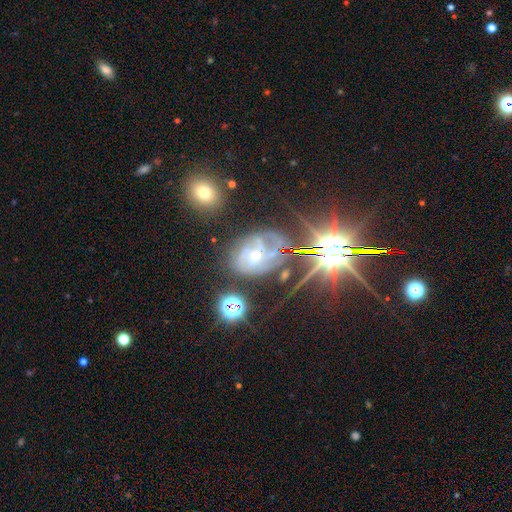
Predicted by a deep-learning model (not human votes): smooth-or-featured: featured or disk: 64% | star or artifact: 23% | smooth: 13%
  disk-edge-on: no: 95% | yes: 5%
    bar: no: 66% | weak: 26% | strong: 8%
    has-spiral-arms: yes: 86% | no: 14%
      spiral-winding: tight: 50% | medium: 37% | loose: 13%
      spiral-arm-count: can't tell: 37% | 3: 24% | 2: 18% | 4: 10% | 1: 6% | more than 4: 6%
    bulge-size: small: 57% | moderate: 36% | none: 3% | large: 2% | dominant: 1%
  merging: none: 52% | minor disturbance: 23% | major disturbance: 19% | merger: 5%